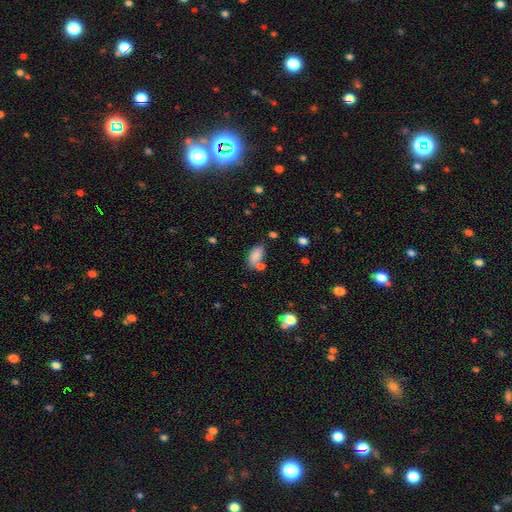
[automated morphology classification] The model was most divided on "merging": none: 57%, merger: 21%, minor disturbance: 16%, major disturbance: 5%. More confident: how rounded — in between (88%); smooth or featured — smooth (84%).